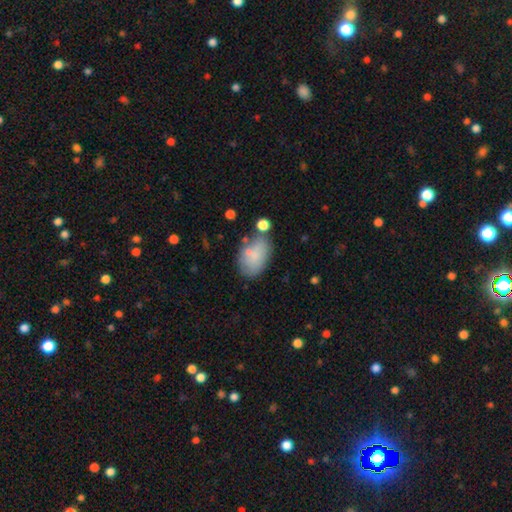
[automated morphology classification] Smooth or featured? Predicted: smooth (p=0.76). How rounded? Predicted: in between (p=0.88). Merging? Predicted: none (p=0.56).